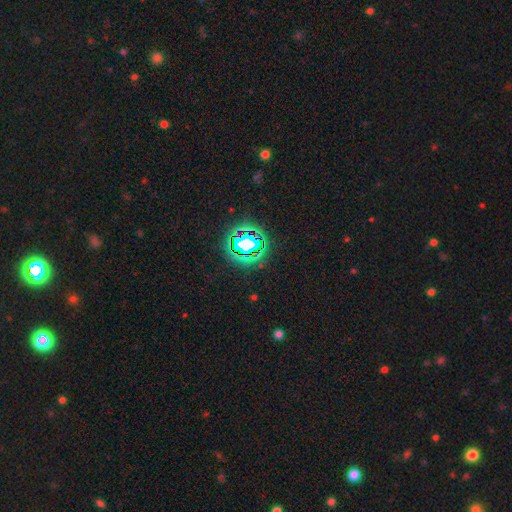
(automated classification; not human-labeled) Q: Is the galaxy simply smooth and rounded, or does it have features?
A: star or artifact — 81%.